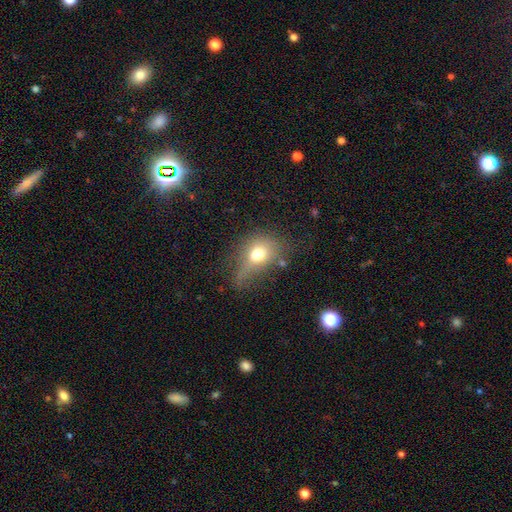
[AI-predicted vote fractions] smooth-or-featured: smooth: 67% | featured or disk: 20% | star or artifact: 13%
  how-rounded: in between: 61% | round: 35% | cigar-shaped: 4%
  merging: none: 33% | minor disturbance: 32% | major disturbance: 29% | merger: 6%